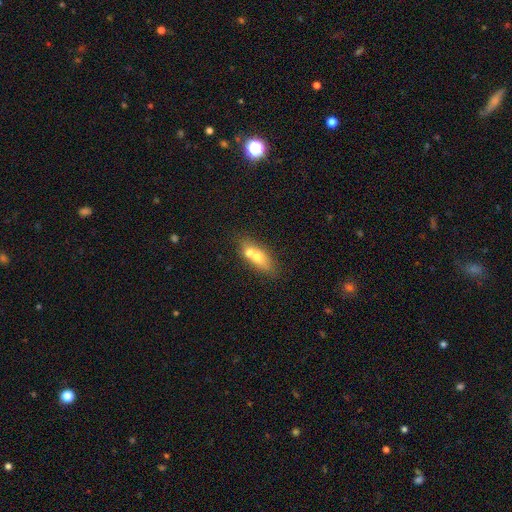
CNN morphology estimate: Smooth or featured: smooth — 60% (featured or disk — 31%)
How rounded: in between — 68% (cigar-shaped — 17%)
Merging: merger — 58% (none — 30%)